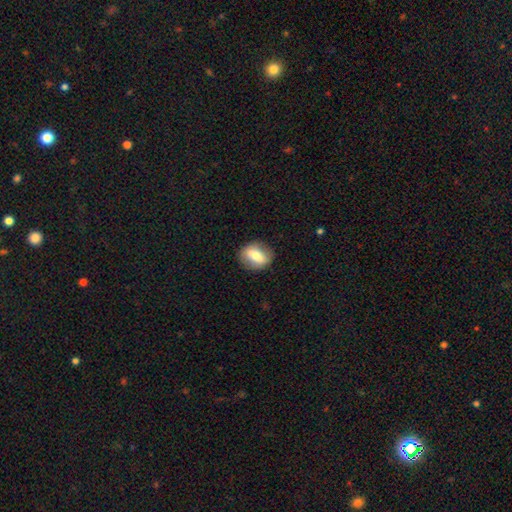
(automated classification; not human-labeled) Q: Smooth or featured?
A: smooth (62%); runner-up: featured or disk (31%)
Q: How rounded?
A: in between (52%); runner-up: round (46%)
Q: Merging?
A: none (85%); runner-up: minor disturbance (11%)